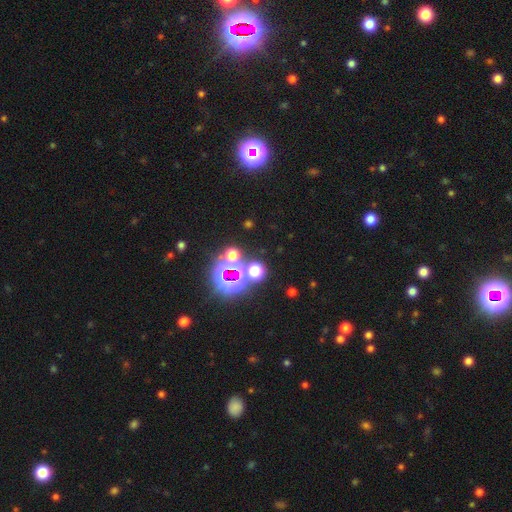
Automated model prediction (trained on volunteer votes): A star or artifact, not a galaxy (81%).

Vote fractions:
- Smooth or featured? star or artifact: 81% / smooth: 12% / featured or disk: 8%